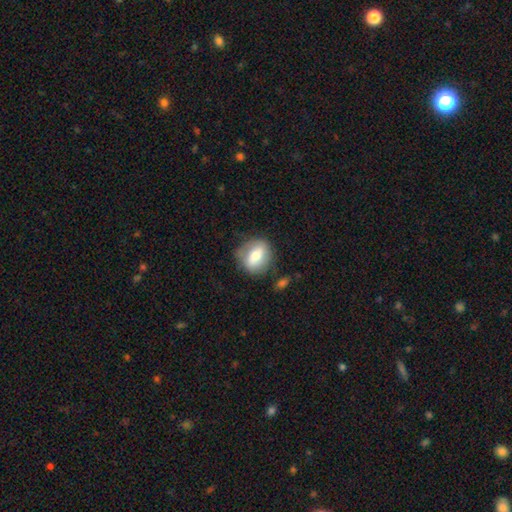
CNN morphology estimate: Smooth or featured? smooth (62%)
How rounded? round (54%)
Merging? none (73%)